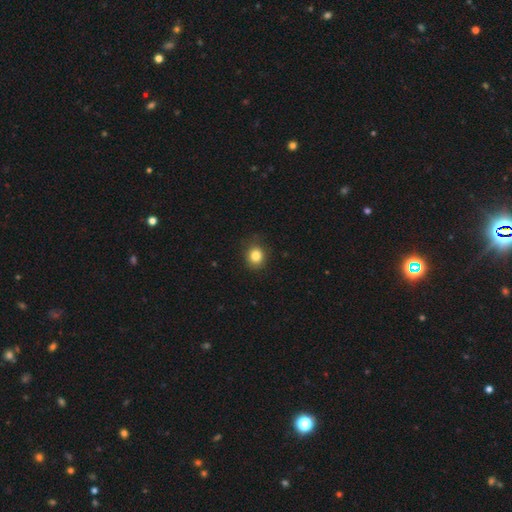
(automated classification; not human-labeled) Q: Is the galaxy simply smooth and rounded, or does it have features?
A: smooth — 84%.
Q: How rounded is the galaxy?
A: round — 76%.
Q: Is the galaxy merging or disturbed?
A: none — 84%.